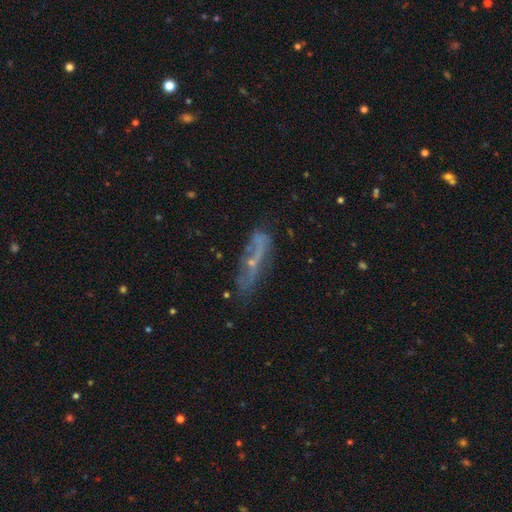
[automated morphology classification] Q: Smooth or featured?
A: featured or disk (53%); runner-up: smooth (32%)
Q: Edge-on disk?
A: no (56%); runner-up: yes (44%)
Q: Merging?
A: none (65%); runner-up: minor disturbance (20%)